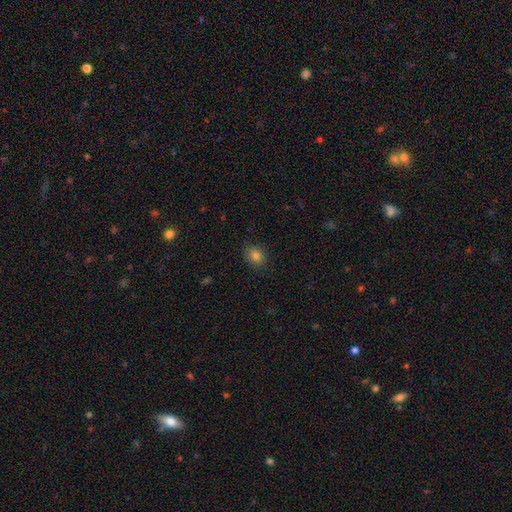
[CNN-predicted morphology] smooth_or_featured: smooth (p=0.81) [alt: star or artifact p=0.12]
how_rounded: round (p=0.63) [alt: in between p=0.36]
merging: none (p=0.87) [alt: minor disturbance p=0.10]